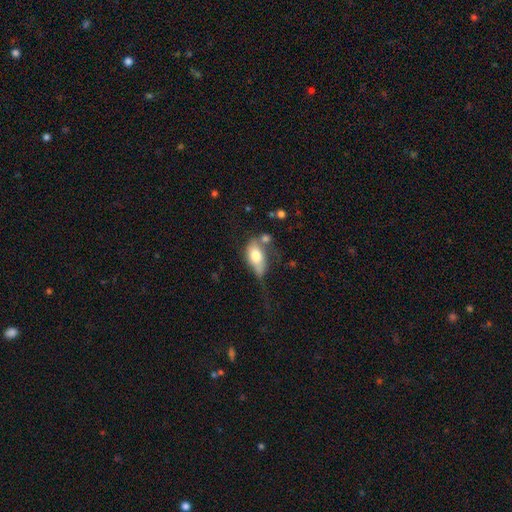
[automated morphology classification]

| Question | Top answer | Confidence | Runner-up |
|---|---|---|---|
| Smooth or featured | smooth | 66% | featured or disk (27%) |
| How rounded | in between | 85% | cigar-shaped (8%) |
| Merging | minor disturbance | 29% | major disturbance (28%) |